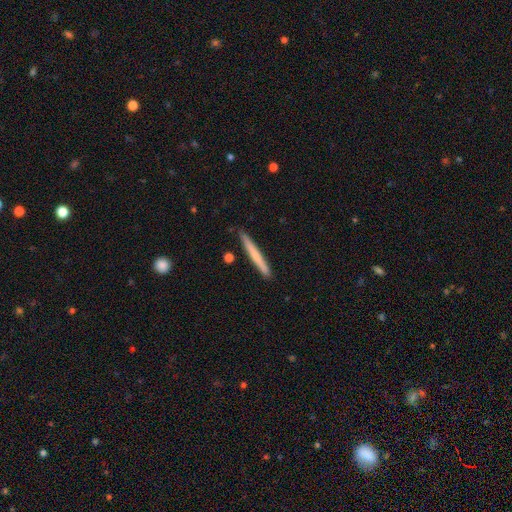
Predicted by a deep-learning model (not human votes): Q: Smooth or featured?
A: smooth (61%); runner-up: featured or disk (33%)
Q: How rounded?
A: cigar-shaped (97%); runner-up: in between (2%)
Q: Merging?
A: none (89%); runner-up: minor disturbance (8%)